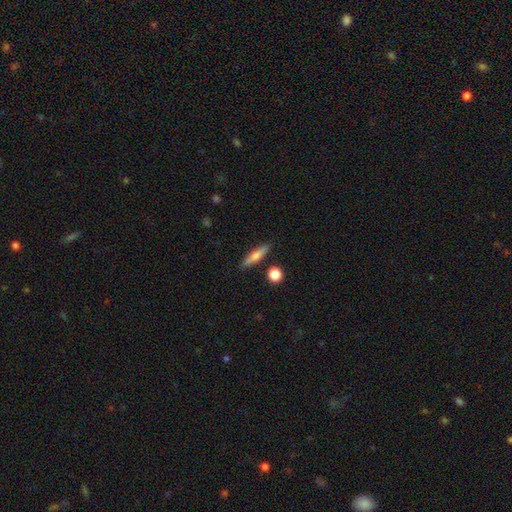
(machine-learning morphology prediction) This appears to be a smooth galaxy with no disk features (59%) that is cigar-shaped (78%). Merging: none (85%).